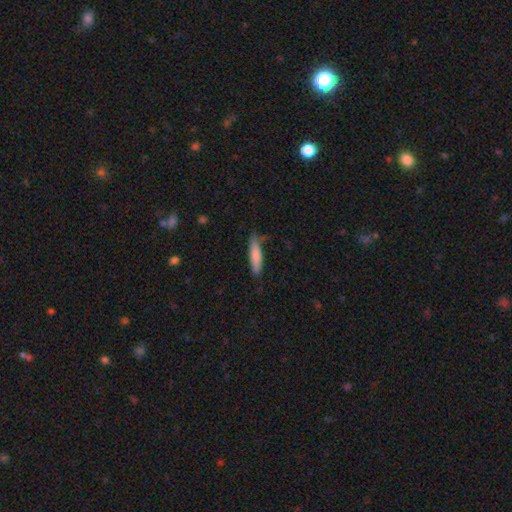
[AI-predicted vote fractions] This appears to be a smooth galaxy with no disk features (78%) that is cigar-shaped (79%). Merging: none (75%).